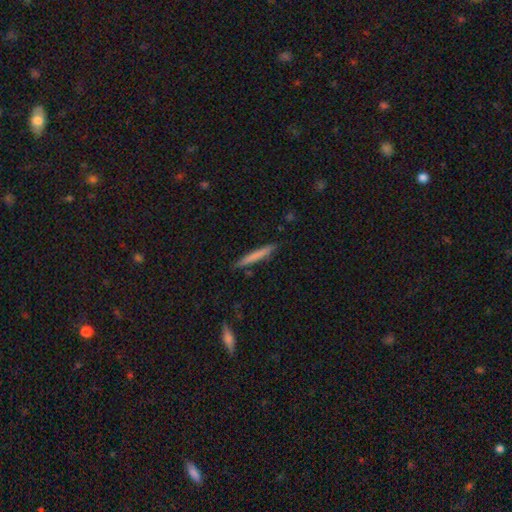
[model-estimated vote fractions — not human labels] smooth-or-featured: smooth: 71% | featured or disk: 24% | star or artifact: 6%
  how-rounded: cigar-shaped: 96% | in between: 3% | round: 1%
  merging: none: 89% | minor disturbance: 8% | merger: 2% | major disturbance: 2%